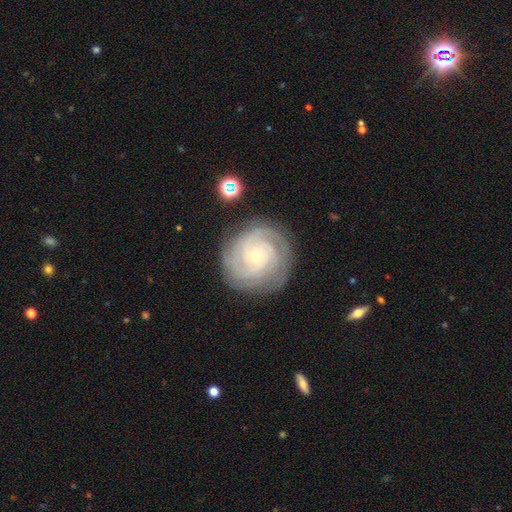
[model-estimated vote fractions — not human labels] smooth-or-featured: featured or disk: 86% | smooth: 8% | star or artifact: 6%
  disk-edge-on: no: 98% | yes: 2%
    bar: no: 77% | weak: 18% | strong: 5%
    has-spiral-arms: yes: 97% | no: 3%
      spiral-winding: tight: 80% | medium: 17% | loose: 3%
      spiral-arm-count: 3: 29% | can't tell: 22% | 4: 21% | 2: 15% | more than 4: 7% | 1: 6%
    bulge-size: small: 76% | moderate: 21% | large: 1% | none: 1% | dominant: 1%
  merging: none: 83% | minor disturbance: 12% | major disturbance: 4% | merger: 1%